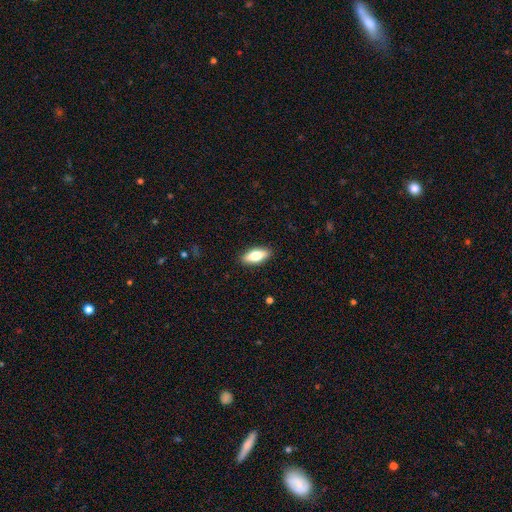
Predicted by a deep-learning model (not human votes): A smooth galaxy with no disk features (71%) that is in between round and cigar-shaped (77%). Merging: none (89%).